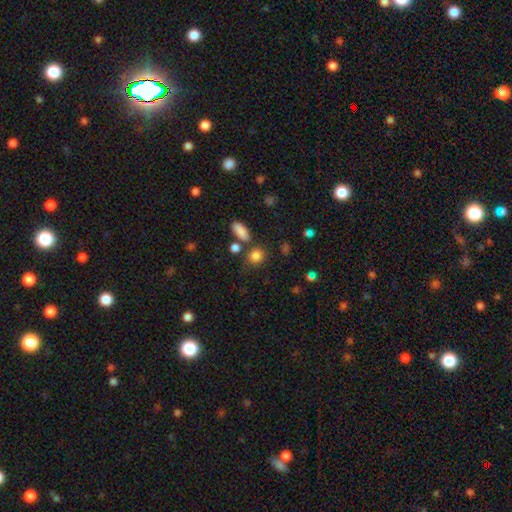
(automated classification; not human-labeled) The model was most divided on "how rounded": round: 71%, in between: 27%, cigar-shaped: 2%. More confident: smooth or featured — smooth (84%); merging — none (69%).